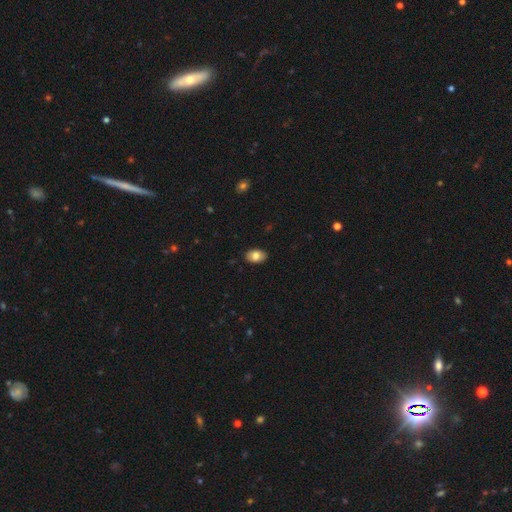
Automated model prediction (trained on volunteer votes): Overall: smooth (81%). How rounded: in between (87%). Merging: none (89%).